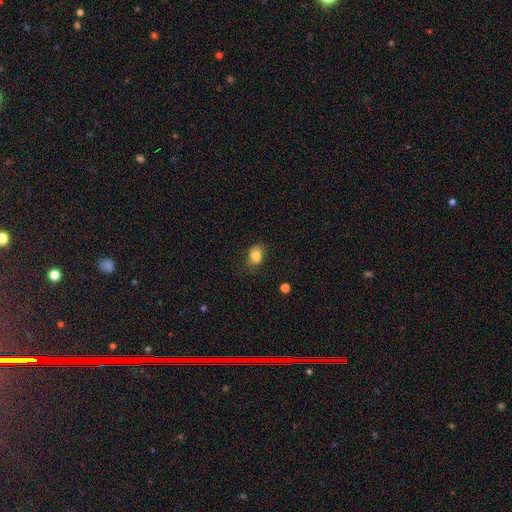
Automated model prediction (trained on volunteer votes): smooth_or_featured: smooth (p=0.83) [alt: star or artifact p=0.10]
how_rounded: in between (p=0.64) [alt: round p=0.34]
merging: none (p=0.64) [alt: minor disturbance p=0.25]